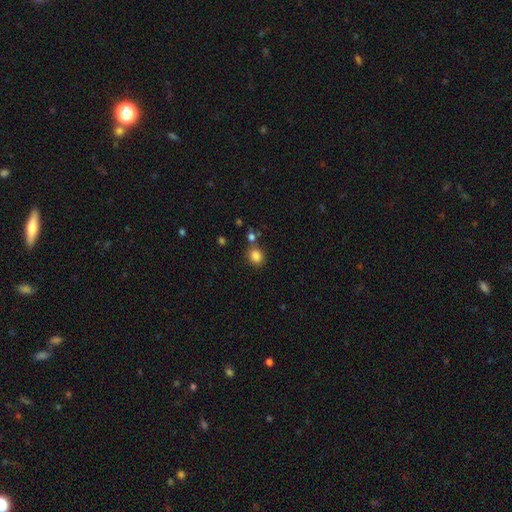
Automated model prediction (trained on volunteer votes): A smooth galaxy with no disk features (84%) that is round (75%).

Vote fractions:
- Smooth or featured? smooth: 84% / star or artifact: 11% / featured or disk: 5%
- How rounded? round: 75% / in between: 24% / cigar-shaped: 1%
- Merging? none: 76% / merger: 11% / minor disturbance: 10% / major disturbance: 3%